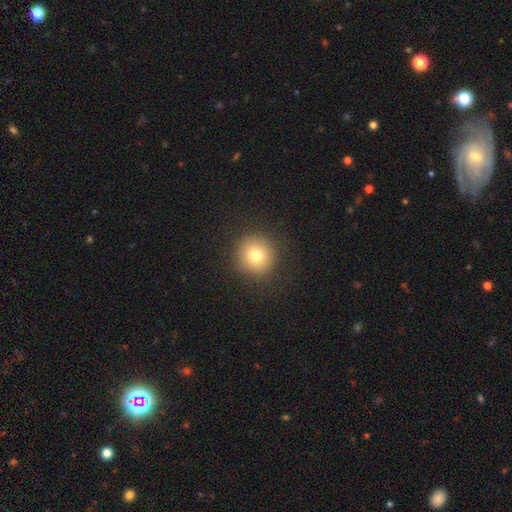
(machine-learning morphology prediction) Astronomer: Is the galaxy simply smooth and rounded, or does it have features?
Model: smooth — 77%.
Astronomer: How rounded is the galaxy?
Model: round — 95%.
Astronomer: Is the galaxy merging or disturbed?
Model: none — 90%.